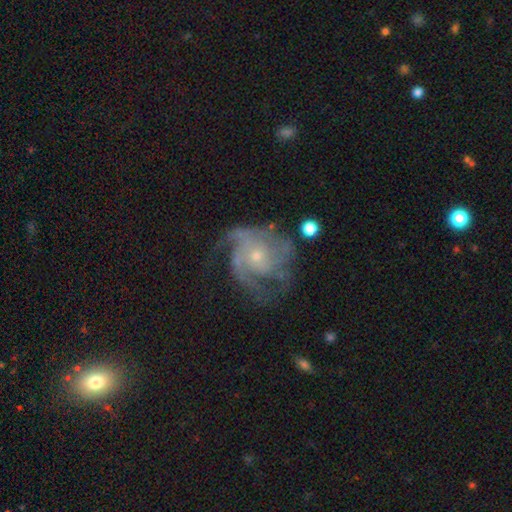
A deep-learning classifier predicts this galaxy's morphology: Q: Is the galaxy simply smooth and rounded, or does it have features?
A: featured or disk — 85%.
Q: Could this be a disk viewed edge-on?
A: no — 98%.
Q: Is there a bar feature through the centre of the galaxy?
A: no — 77%.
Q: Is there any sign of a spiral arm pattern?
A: yes — 94%.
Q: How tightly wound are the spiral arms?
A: medium — 43%.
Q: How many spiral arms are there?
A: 3 — 39%.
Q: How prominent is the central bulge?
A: small — 70%.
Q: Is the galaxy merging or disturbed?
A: none — 55%.